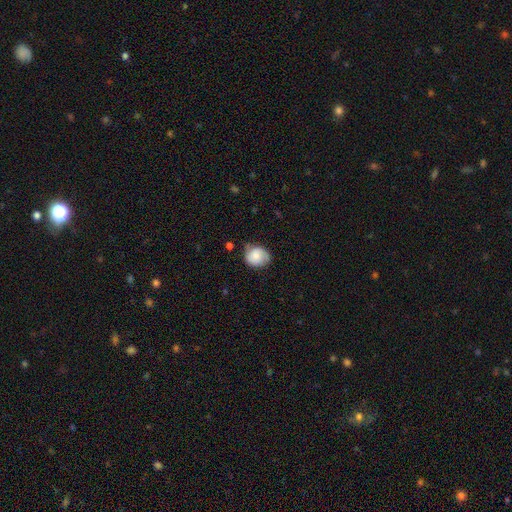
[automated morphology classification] Overall: smooth (65%; featured or disk 27%). How rounded: round (68%; in between 31%). Merging: none (62%; minor disturbance 29%).